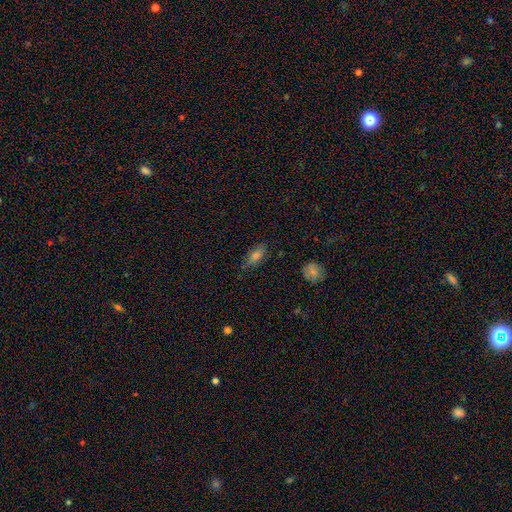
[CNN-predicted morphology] Overall: smooth (74%). How rounded: in between (75%). Merging: none (75%).